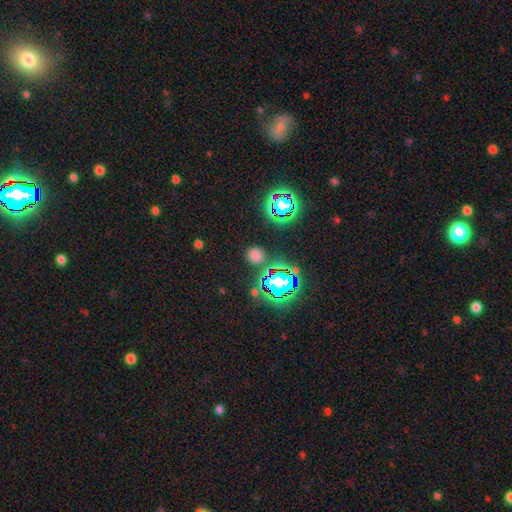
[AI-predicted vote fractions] Smooth or featured: smooth — 58% (star or artifact — 35%)
How rounded: round — 80% (in between — 19%)
Merging: none — 83% (minor disturbance — 9%)